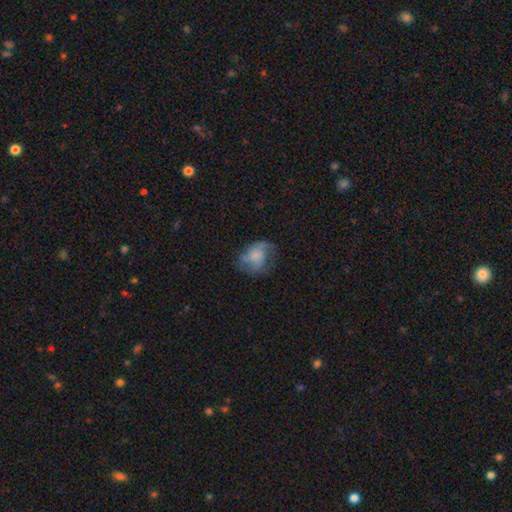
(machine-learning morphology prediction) Q: Smooth or featured?
A: featured or disk (49%); runner-up: smooth (42%)
Q: Merging?
A: none (47%); runner-up: minor disturbance (26%)